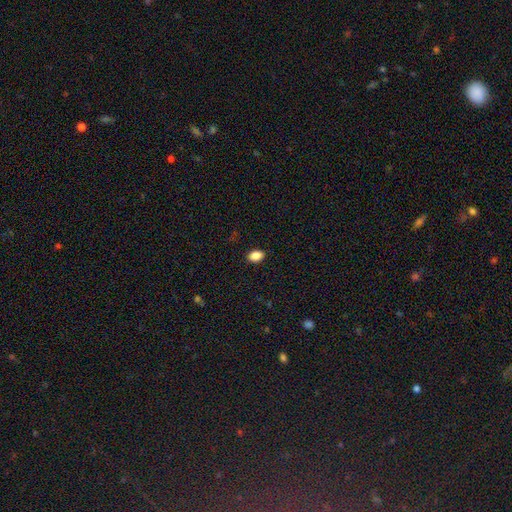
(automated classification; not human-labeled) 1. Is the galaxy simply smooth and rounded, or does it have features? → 87% smooth, 9% star or artifact, 4% featured or disk.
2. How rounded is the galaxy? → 84% in between, 15% round, 1% cigar-shaped.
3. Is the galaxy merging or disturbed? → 88% none, 9% minor disturbance, 2% major disturbance, 1% merger.